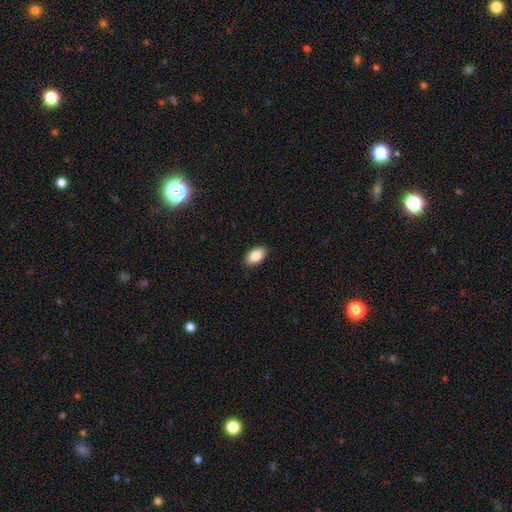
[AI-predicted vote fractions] A smooth galaxy with no disk features (86%) that is in between round and cigar-shaped (93%).

Vote fractions:
- Smooth or featured? smooth: 86% / star or artifact: 7% / featured or disk: 7%
- How rounded? in between: 93% / round: 5% / cigar-shaped: 2%
- Merging? none: 90% / minor disturbance: 8% / major disturbance: 2% / merger: 1%